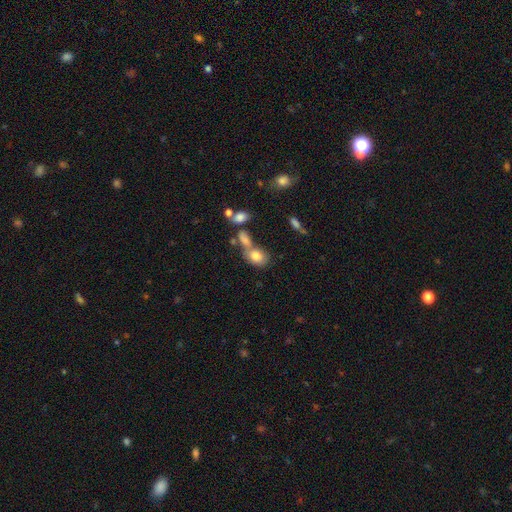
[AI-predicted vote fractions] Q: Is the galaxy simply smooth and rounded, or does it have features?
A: smooth — 79%.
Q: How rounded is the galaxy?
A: in between — 65%.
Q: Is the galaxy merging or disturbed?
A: merger — 41%.